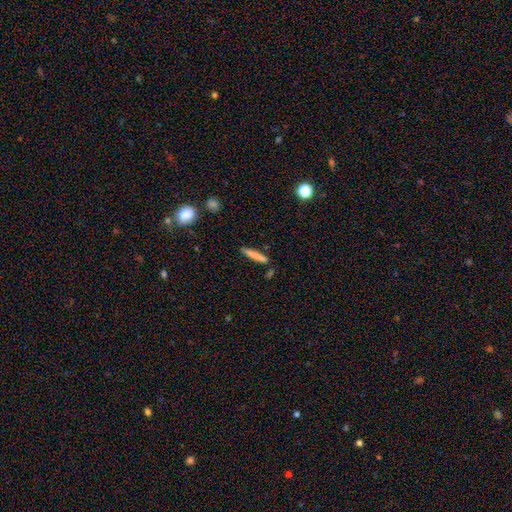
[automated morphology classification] Smooth or featured: smooth — 78% (featured or disk — 15%)
How rounded: cigar-shaped — 92% (in between — 6%)
Merging: none — 84% (minor disturbance — 10%)